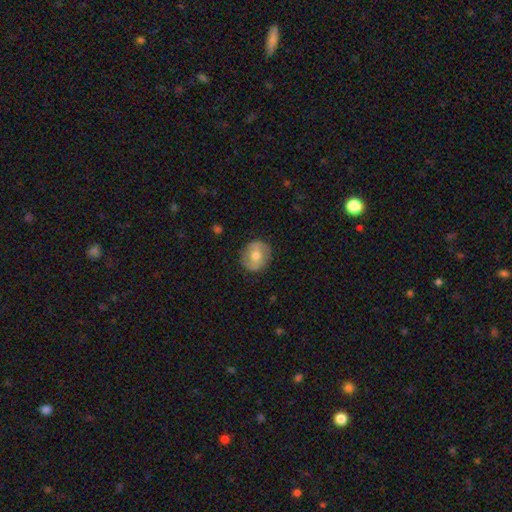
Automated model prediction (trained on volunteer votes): Smooth or featured?
  - smooth: 54% *
  - featured or disk: 39%
  - star or artifact: 7%
How rounded?
  - round: 79% *
  - in between: 20%
  - cigar-shaped: 1%
Merging?
  - none: 85% *
  - minor disturbance: 11%
  - major disturbance: 3%
  - merger: 1%